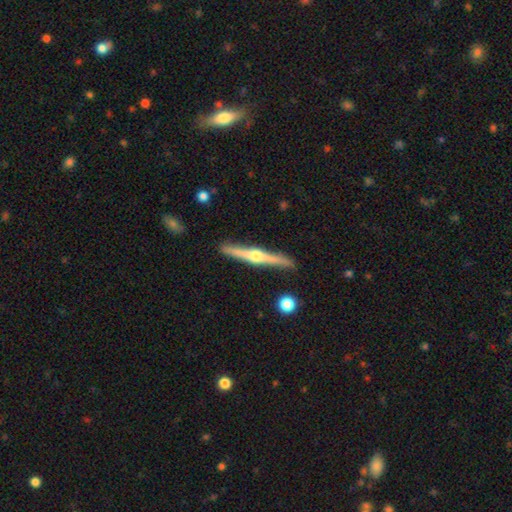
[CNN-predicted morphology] This appears to be a featured or disk galaxy (79%) viewed edge-on (98%) with a rounded central bulge (94%). Merging: none (90%).